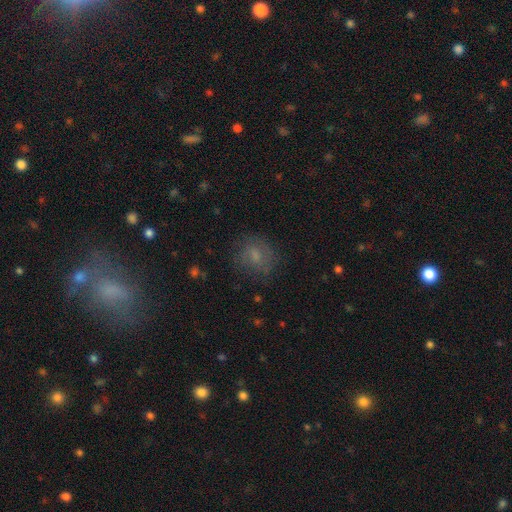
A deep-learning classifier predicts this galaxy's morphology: Smooth or featured? smooth (65%)
How rounded? round (70%)
Merging? none (72%)